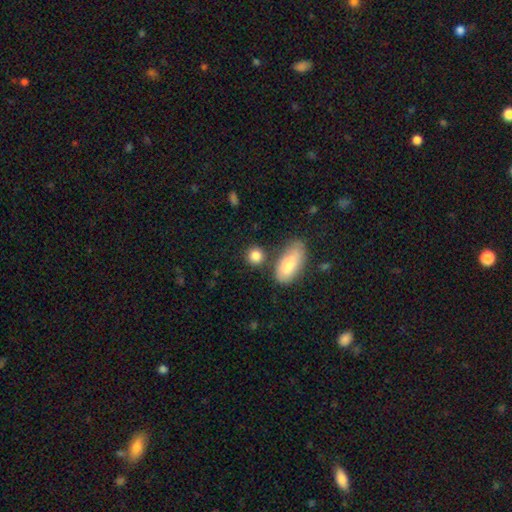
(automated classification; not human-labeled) Smooth or featured? Predicted: smooth (p=0.85). How rounded? Predicted: round (p=0.77). Merging? Predicted: none (p=0.73).